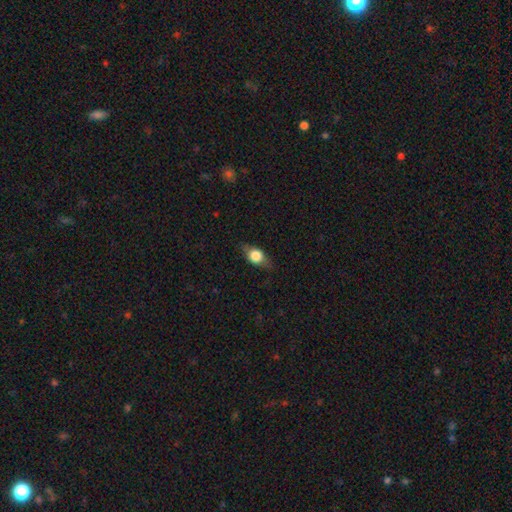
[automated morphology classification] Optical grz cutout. It shows a smooth galaxy with no disk features (62%) that is in between round and cigar-shaped (59%). Merging: none (77%).